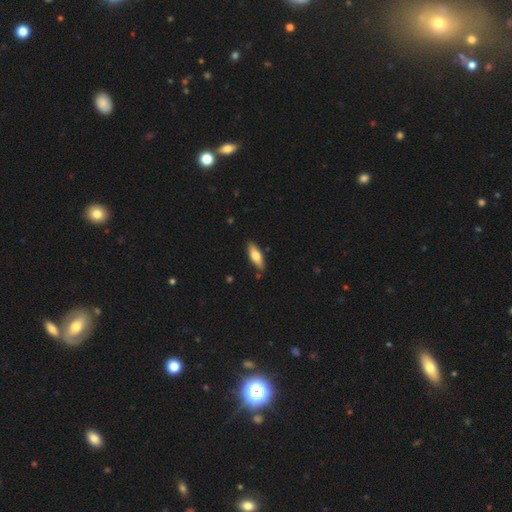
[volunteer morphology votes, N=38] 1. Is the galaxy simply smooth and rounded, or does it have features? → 71% smooth, 24% featured or disk, 5% star or artifact.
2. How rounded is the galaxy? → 56% cigar-shaped, 44% in between, 0% round.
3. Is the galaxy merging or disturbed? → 97% none, 3% minor disturbance, 0% major disturbance, 0% merger.